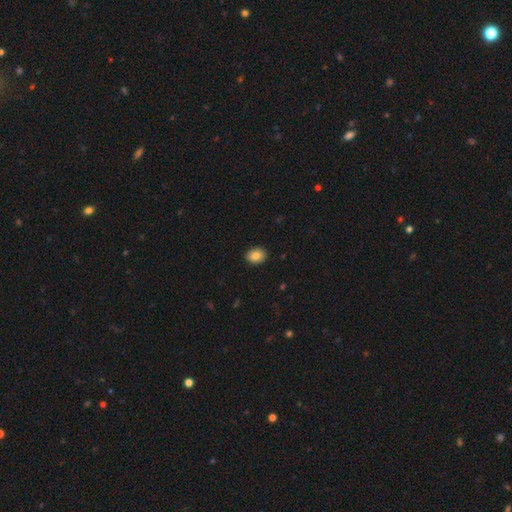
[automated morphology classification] This is clearly a smooth galaxy (84%). How rounded: possibly in between (59%). Merging: clearly none (91%).